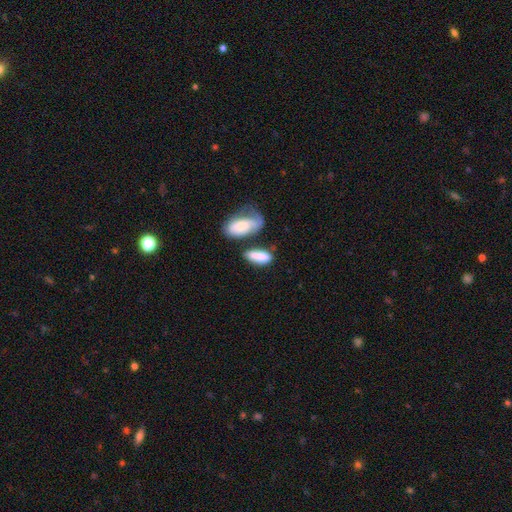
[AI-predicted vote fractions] Morphology: type=smooth (80%); roundness=in between (77%); merging=none (35%).